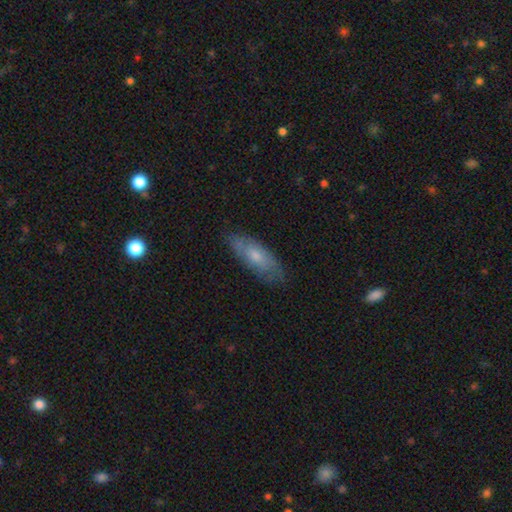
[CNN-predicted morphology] smooth-or-featured: smooth: 54% | featured or disk: 39% | star or artifact: 7%
  how-rounded: in between: 65% | cigar-shaped: 33% | round: 2%
  merging: none: 76% | minor disturbance: 18% | major disturbance: 4% | merger: 1%